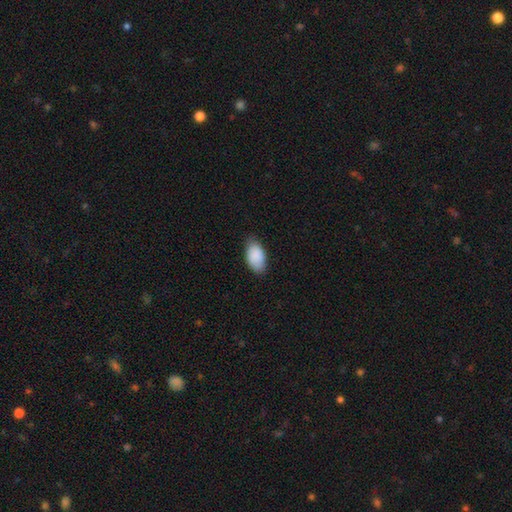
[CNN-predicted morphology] The model was most divided on "merging": none: 75%, minor disturbance: 21%, major disturbance: 3%, merger: 1%. More confident: how rounded — in between (95%); smooth or featured — smooth (89%).